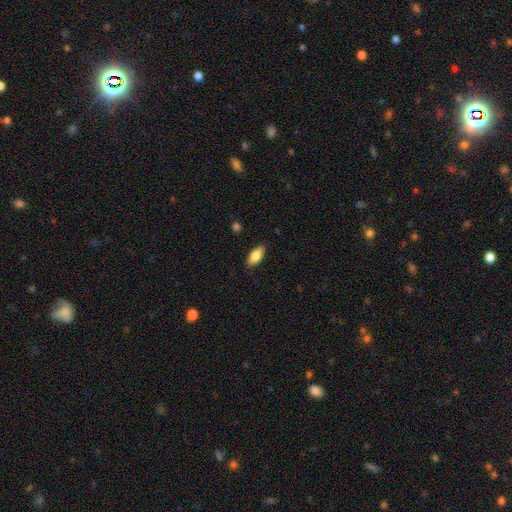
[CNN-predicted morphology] smooth 79%, featured or disk 14%, star or artifact 7%. Down the decision tree: how rounded — in between (86%); merging — none (87%).